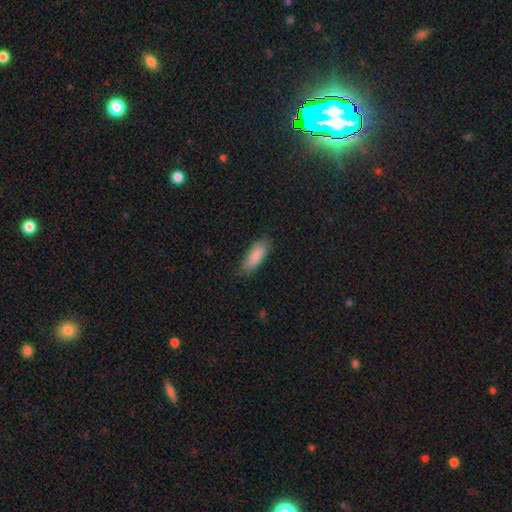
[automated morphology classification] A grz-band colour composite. It shows a smooth galaxy with no disk features (88%) that is in between round and cigar-shaped (70%). Merging: none (76%).